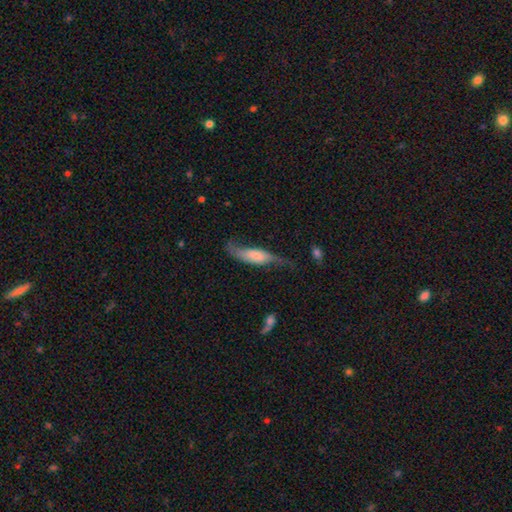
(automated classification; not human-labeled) featured or disk 51%, smooth 43%, star or artifact 7%. Down the decision tree: edge-on disk — no (70%); merging — none (42%).